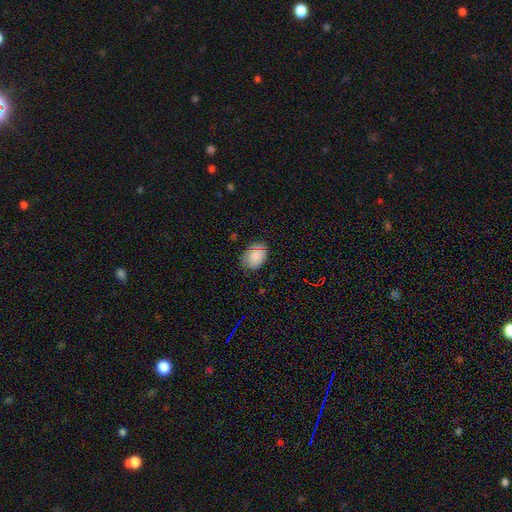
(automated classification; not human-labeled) Smooth or featured: smooth — 83% (star or artifact — 11%)
How rounded: in between — 69% (round — 29%)
Merging: none — 77% (minor disturbance — 18%)